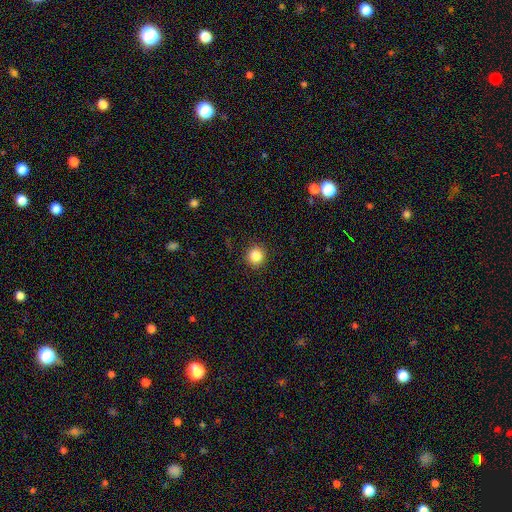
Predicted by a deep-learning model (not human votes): Smooth or featured: smooth — 85% (star or artifact — 11%)
How rounded: round — 91% (in between — 8%)
Merging: none — 91% (minor disturbance — 6%)